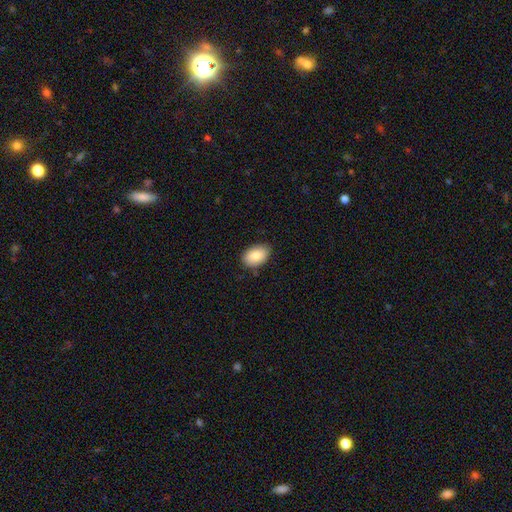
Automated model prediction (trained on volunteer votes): Smooth or featured? Predicted: smooth (p=0.84). How rounded? Predicted: in between (p=0.88). Merging? Predicted: none (p=0.84).